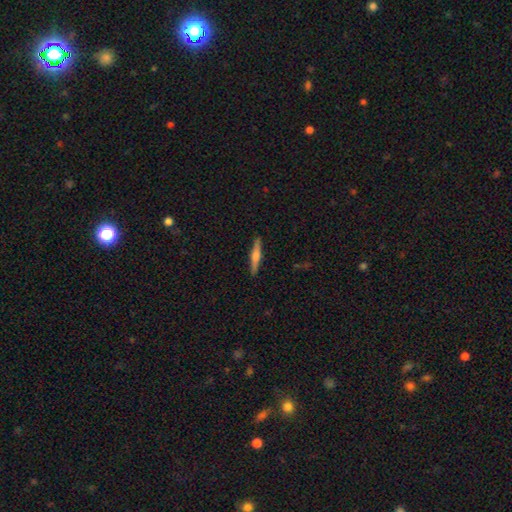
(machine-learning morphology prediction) The model was most divided on "smooth or featured": featured or disk: 51%, smooth: 42%, star or artifact: 6%. More confident: edge-on disk — yes (97%); merging — none (90%).